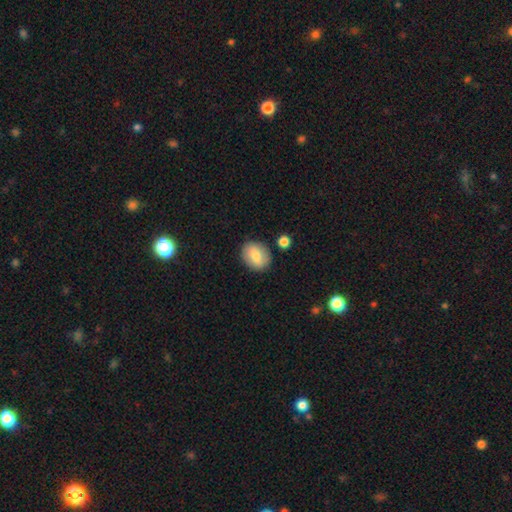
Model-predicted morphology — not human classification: type=smooth (76%); roundness=round (62%); merging=none (85%).